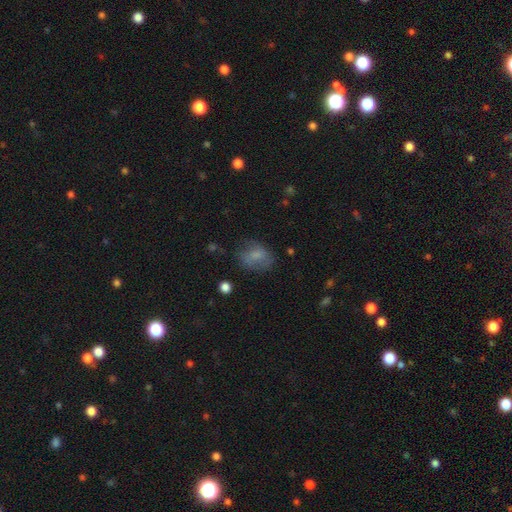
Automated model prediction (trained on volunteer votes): Smooth or featured?
  - smooth: 70% *
  - featured or disk: 19%
  - star or artifact: 11%
How rounded?
  - in between: 74% *
  - round: 25%
  - cigar-shaped: 2%
Merging?
  - none: 55% *
  - minor disturbance: 26%
  - major disturbance: 17%
  - merger: 3%